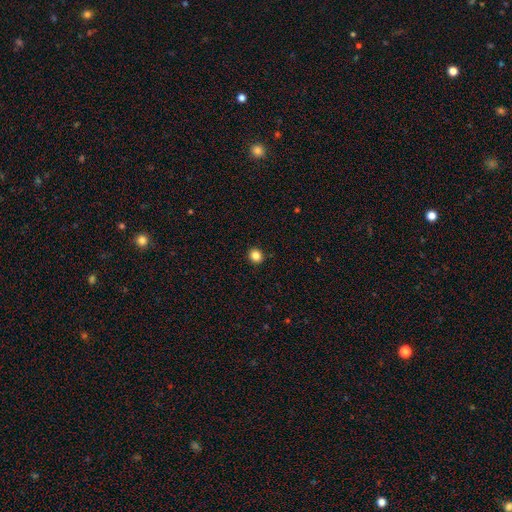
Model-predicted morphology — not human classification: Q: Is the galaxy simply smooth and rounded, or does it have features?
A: smooth — 85%.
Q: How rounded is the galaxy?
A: round — 86%.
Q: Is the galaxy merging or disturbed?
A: none — 92%.